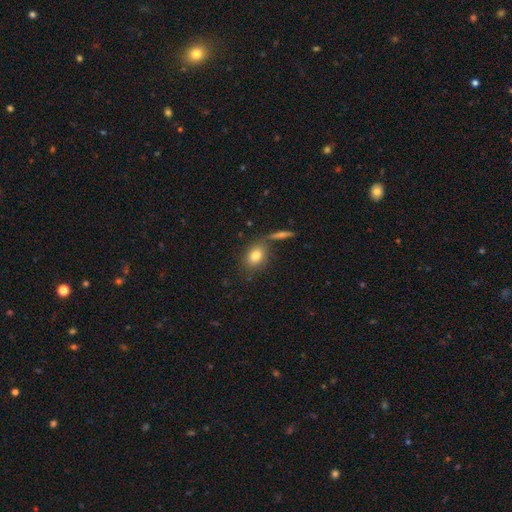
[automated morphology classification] A smooth galaxy with no disk features (79%) that is in between round and cigar-shaped (60%).

Vote fractions:
- Smooth or featured? smooth: 79% / featured or disk: 12% / star or artifact: 9%
- How rounded? in between: 60% / round: 37% / cigar-shaped: 3%
- Merging? none: 65% / merger: 16% / minor disturbance: 14% / major disturbance: 5%